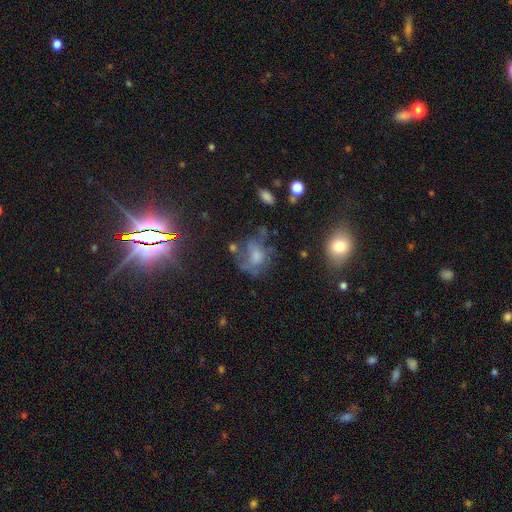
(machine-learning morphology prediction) The model was most divided on "merging": none: 36%, major disturbance: 33%, minor disturbance: 22%, merger: 8%. Remaining: smooth or featured — smooth (42%).